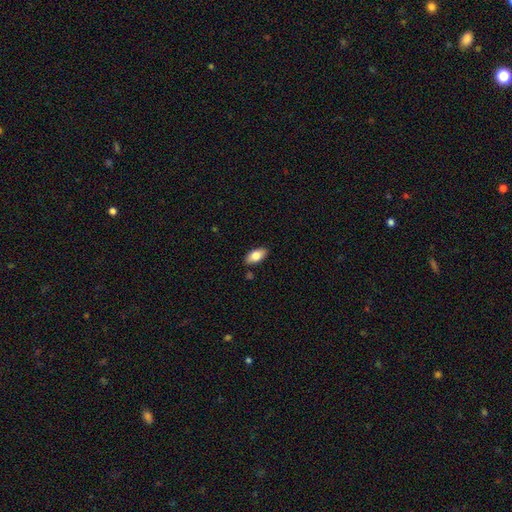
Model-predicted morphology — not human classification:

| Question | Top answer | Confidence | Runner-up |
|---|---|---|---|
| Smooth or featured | smooth | 78% | featured or disk (15%) |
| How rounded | in between | 91% | cigar-shaped (6%) |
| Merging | none | 86% | minor disturbance (10%) |